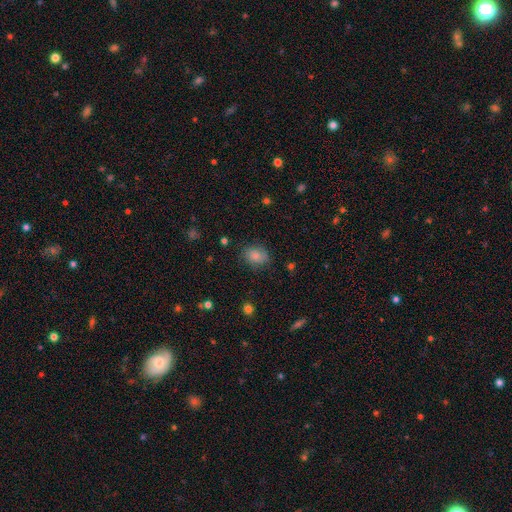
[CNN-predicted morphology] type=smooth (83%); roundness=in between (57%); merging=none (78%).